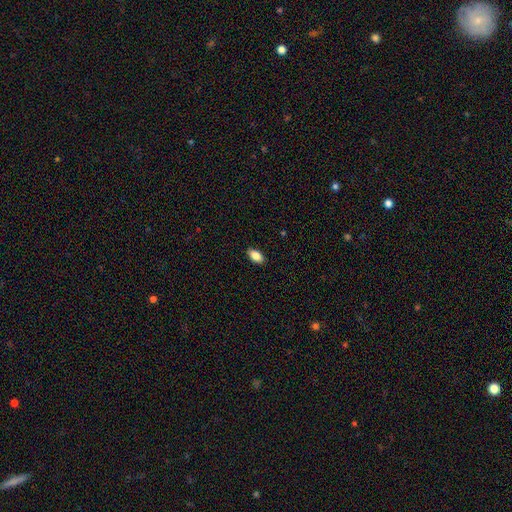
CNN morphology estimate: Q: Smooth or featured?
A: smooth (86%); runner-up: star or artifact (7%)
Q: How rounded?
A: in between (92%); runner-up: cigar-shaped (4%)
Q: Merging?
A: none (89%); runner-up: minor disturbance (8%)